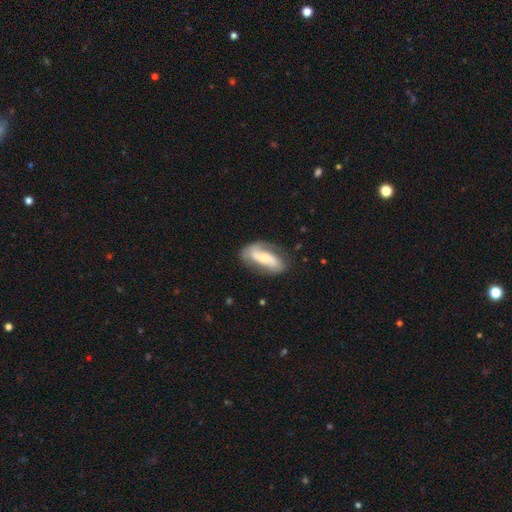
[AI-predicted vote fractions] Smooth or featured? featured or disk (71%)
Edge-on disk? no (90%)
Bar? no (36%)
Spiral arms? yes (85%)
Spiral winding? loose (37%)
Spiral arm count? 2 (78%)
Bulge size? moderate (53%)
Merging? none (70%)